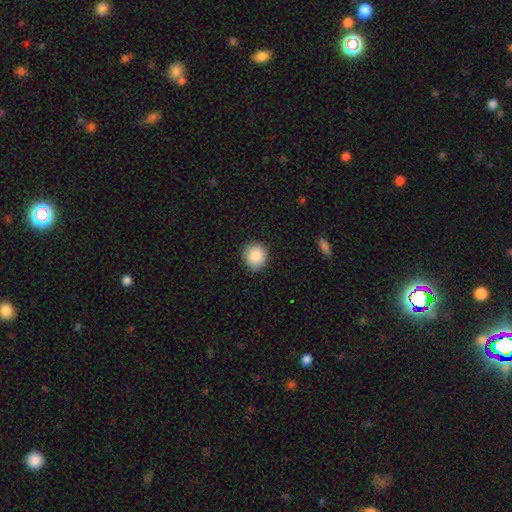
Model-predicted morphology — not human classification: Q: Smooth or featured?
A: smooth (88%); runner-up: star or artifact (8%)
Q: How rounded?
A: round (85%); runner-up: in between (14%)
Q: Merging?
A: none (86%); runner-up: minor disturbance (11%)